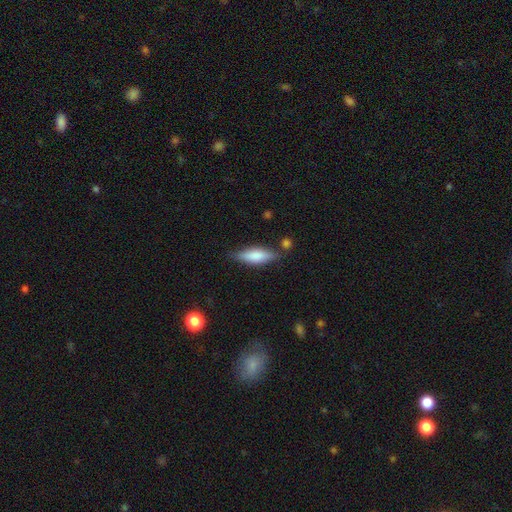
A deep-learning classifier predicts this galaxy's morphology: Q: Smooth or featured?
A: smooth (67%); runner-up: featured or disk (26%)
Q: How rounded?
A: in between (49%); tied with: cigar-shaped (49%)
Q: Merging?
A: none (76%); runner-up: minor disturbance (16%)